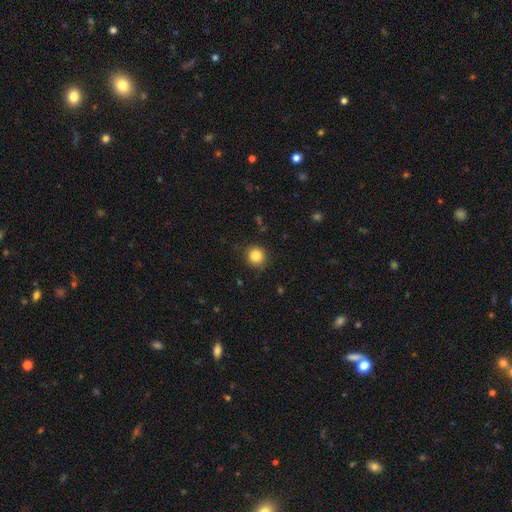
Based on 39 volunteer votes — Smooth or featured? 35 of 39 (90%) said smooth. How rounded? 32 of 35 (91%) said round. Merging? 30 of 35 (86%) said none.